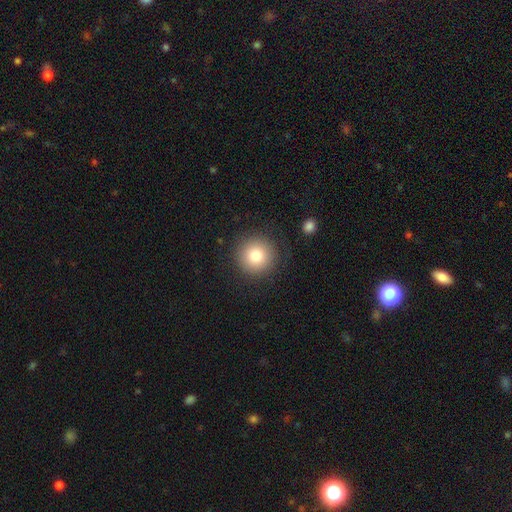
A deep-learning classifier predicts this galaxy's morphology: Smooth or featured?
  - smooth: 79% *
  - star or artifact: 11%
  - featured or disk: 10%
How rounded?
  - round: 95% *
  - in between: 4%
  - cigar-shaped: 1%
Merging?
  - none: 89% *
  - minor disturbance: 7%
  - major disturbance: 3%
  - merger: 1%